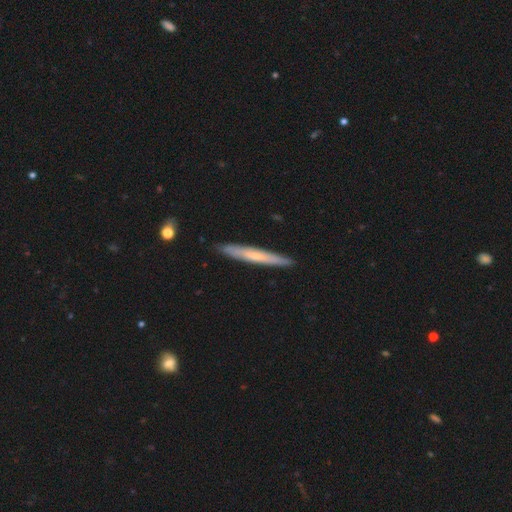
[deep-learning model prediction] This is possibly a smooth galaxy (50%). Merging: clearly none (89%).